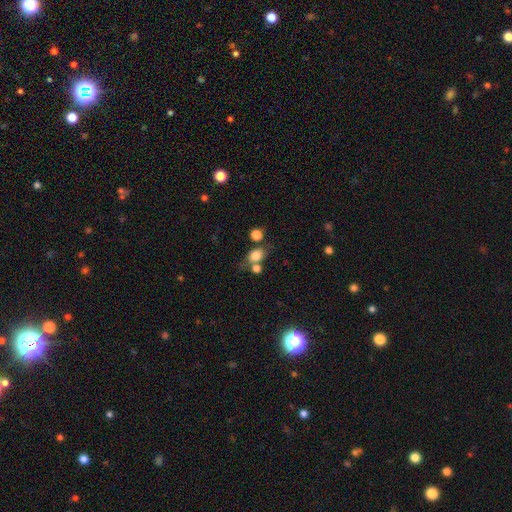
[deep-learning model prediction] Q: Smooth or featured?
A: smooth (79%); runner-up: star or artifact (12%)
Q: How rounded?
A: in between (55%); runner-up: round (44%)
Q: Merging?
A: none (54%); runner-up: merger (24%)